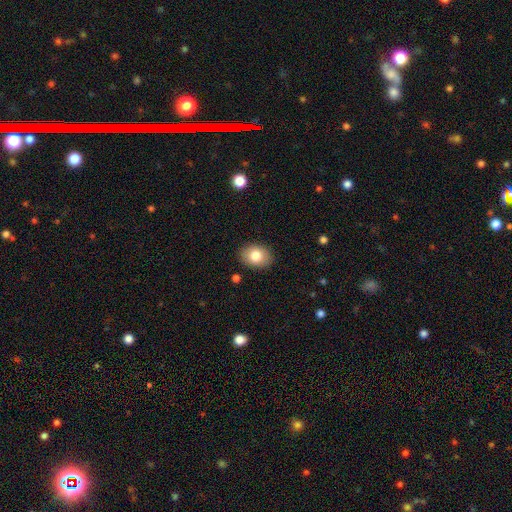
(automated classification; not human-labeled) This appears to be a smooth galaxy with no disk features (81%) that is in between round and cigar-shaped (68%). Merging: none (88%).